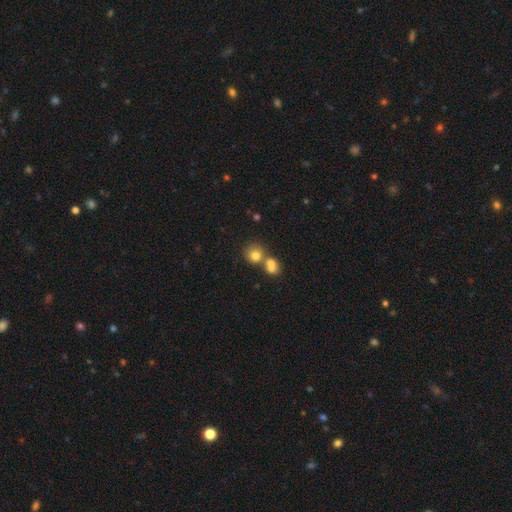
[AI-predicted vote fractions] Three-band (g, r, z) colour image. It shows a smooth galaxy with no disk features (74%) that is round (83%). Merging: merger (49%).